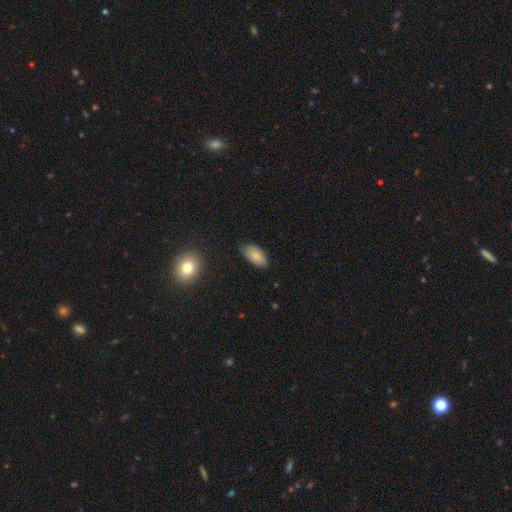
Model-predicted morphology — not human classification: This appears to be a smooth galaxy with no disk features (83%) that is in between round and cigar-shaped (93%). Merging: none (79%).